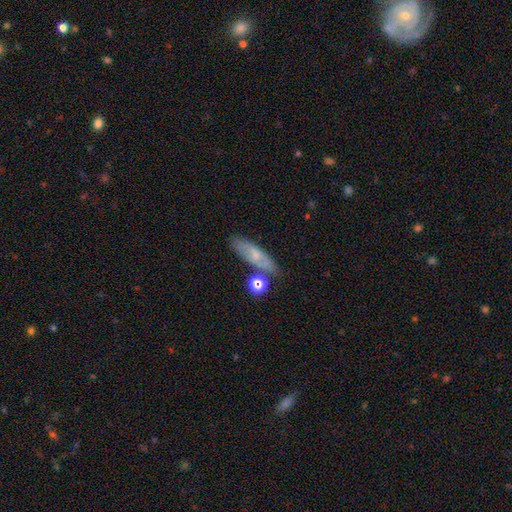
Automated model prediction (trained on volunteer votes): smooth_or_featured: smooth (p=0.55) [alt: featured or disk p=0.34]
how_rounded: in between (p=0.47) [alt: cigar-shaped p=0.46]
merging: none (p=0.71) [alt: minor disturbance p=0.16]